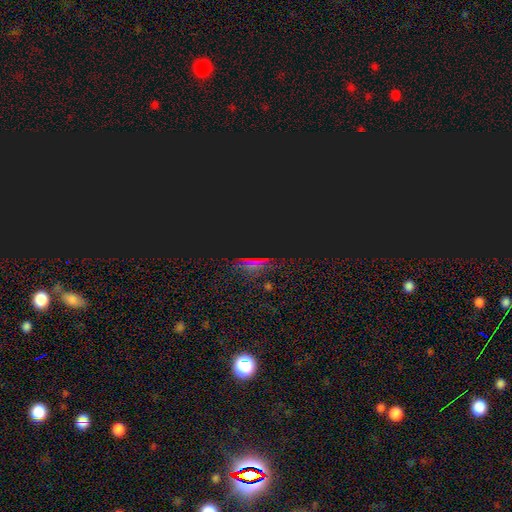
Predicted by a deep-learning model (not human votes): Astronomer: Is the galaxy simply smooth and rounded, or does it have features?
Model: star or artifact — 67%.